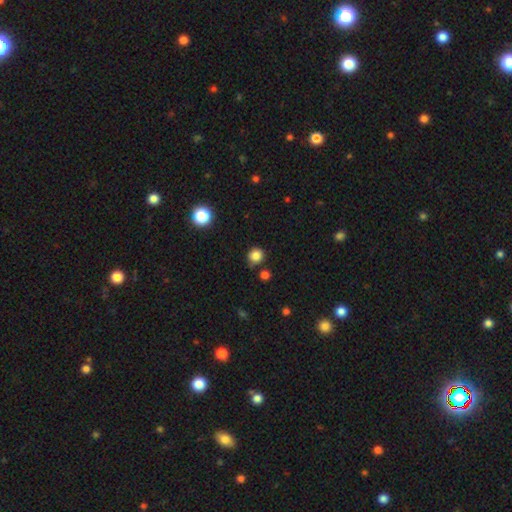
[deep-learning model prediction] smooth_or_featured: smooth (p=0.83) [alt: star or artifact p=0.13]
how_rounded: round (p=0.88) [alt: in between p=0.11]
merging: none (p=0.79) [alt: minor disturbance p=0.12]